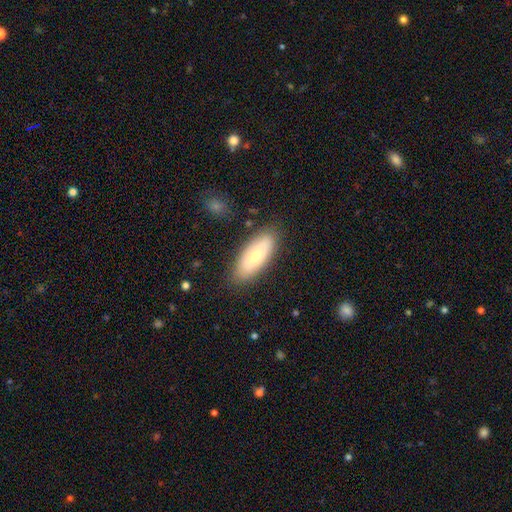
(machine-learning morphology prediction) The model was most divided on "smooth or featured": smooth: 70%, featured or disk: 24%, star or artifact: 7%. More confident: merging — none (84%); how rounded — in between (75%).